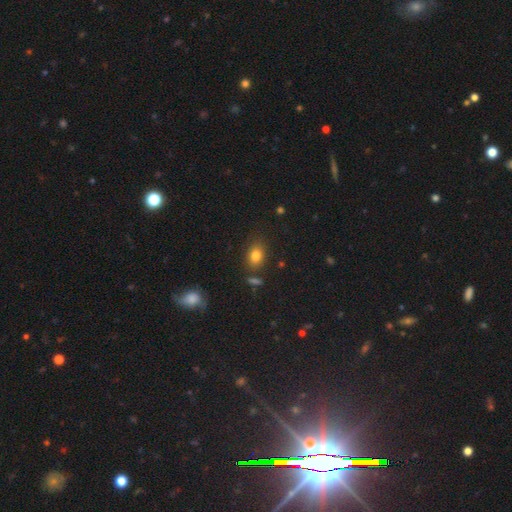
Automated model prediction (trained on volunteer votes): Morphology: type=smooth (81%); roundness=in between (67%); merging=none (80%).